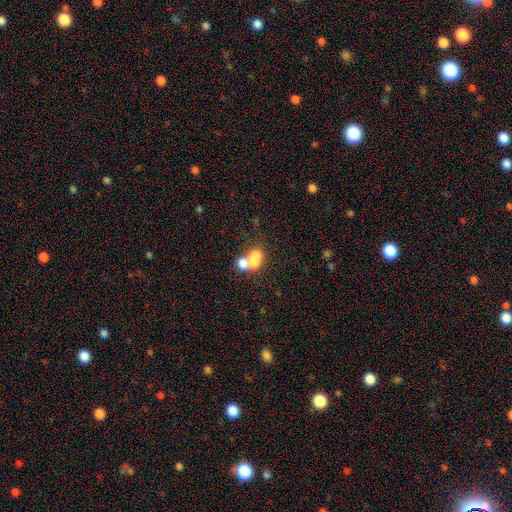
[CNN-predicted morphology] A smooth galaxy with no disk features (62%) that is in between round and cigar-shaped (52%).

Vote fractions:
- Smooth or featured? smooth: 62% / featured or disk: 23% / star or artifact: 15%
- How rounded? in between: 52% / round: 47% / cigar-shaped: 2%
- Merging? merger: 61% / none: 26% / minor disturbance: 7% / major disturbance: 6%